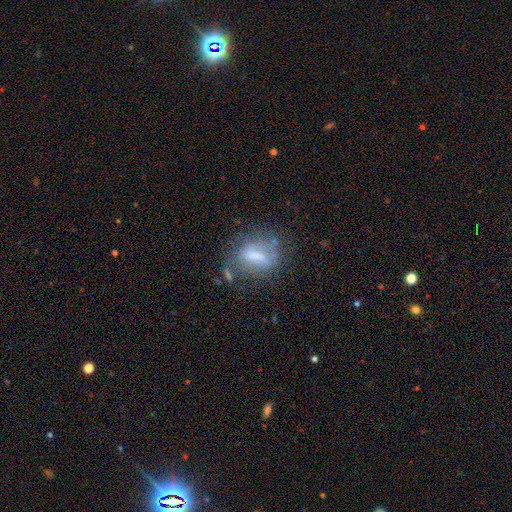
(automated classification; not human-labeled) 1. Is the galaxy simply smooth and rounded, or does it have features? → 46% smooth, 43% featured or disk, 11% star or artifact.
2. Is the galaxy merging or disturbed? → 47% none, 25% minor disturbance, 19% major disturbance, 10% merger.